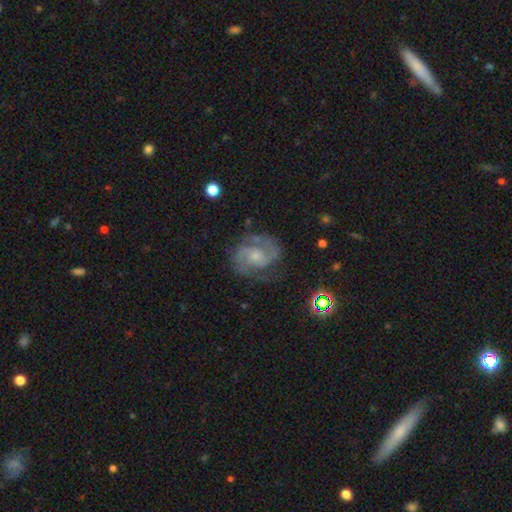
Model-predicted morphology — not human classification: Smooth or featured: featured or disk — 85% (smooth — 8%)
Edge-on disk: no — 98% (yes — 2%)
Bar: no — 60% (weak — 34%)
Spiral arms: yes — 96% (no — 4%)
Spiral winding: medium — 54% (tight — 32%)
Spiral arm count: 2 — 82% (can't tell — 7%)
Bulge size: small — 53% (moderate — 33%)
Merging: none — 72% (minor disturbance — 17%)